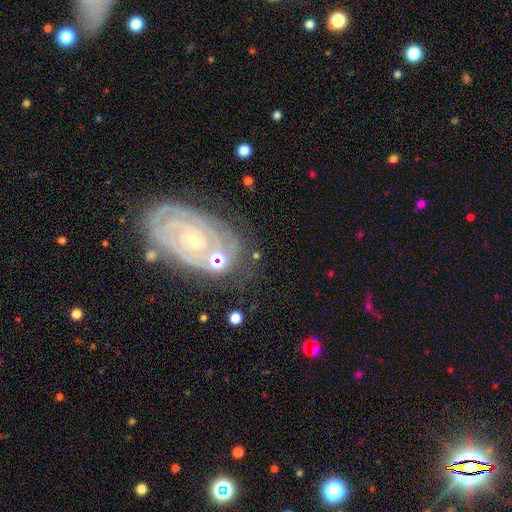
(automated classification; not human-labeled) Q: Smooth or featured?
A: featured or disk (71%); runner-up: smooth (15%)
Q: Edge-on disk?
A: no (96%); runner-up: yes (4%)
Q: Bar?
A: no (71%); runner-up: weak (20%)
Q: Spiral arms?
A: yes (92%); runner-up: no (8%)
Q: Spiral winding?
A: tight (74%); runner-up: medium (21%)
Q: Spiral arm count?
A: can't tell (27%); tied with: 2 (27%)
Q: Bulge size?
A: small (66%); runner-up: moderate (29%)
Q: Merging?
A: none (67%); runner-up: minor disturbance (17%)